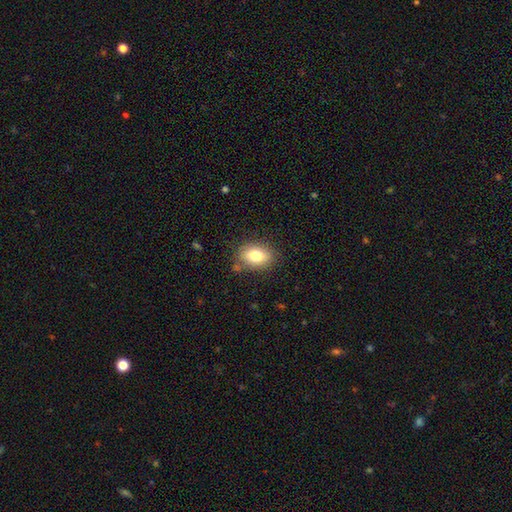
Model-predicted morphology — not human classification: A smooth galaxy with no disk features (79%) that is in between round and cigar-shaped (81%).

Vote fractions:
- Smooth or featured? smooth: 79% / featured or disk: 13% / star or artifact: 8%
- How rounded? in between: 81% / round: 17% / cigar-shaped: 2%
- Merging? none: 79% / minor disturbance: 15% / major disturbance: 4% / merger: 3%